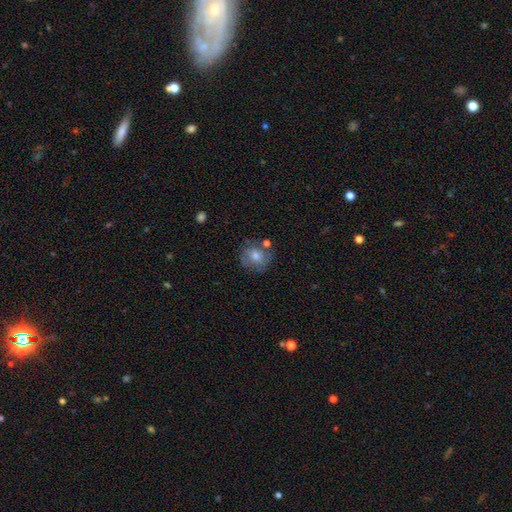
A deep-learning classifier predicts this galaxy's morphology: Q: Smooth or featured?
A: smooth (62%); runner-up: featured or disk (27%)
Q: How rounded?
A: round (82%); runner-up: in between (17%)
Q: Merging?
A: none (68%); runner-up: minor disturbance (18%)